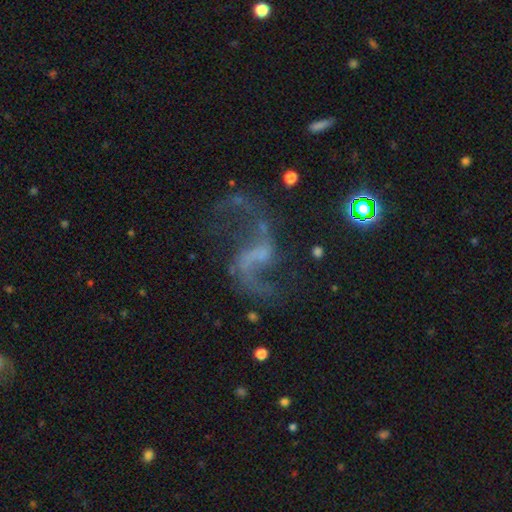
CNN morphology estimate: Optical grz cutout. It shows a featured or disk galaxy (87%) with a weak bar (46%), 2 (92%) loose (83%) spiral arms (95%) and no central bulge (59%). Merging: none (63%).